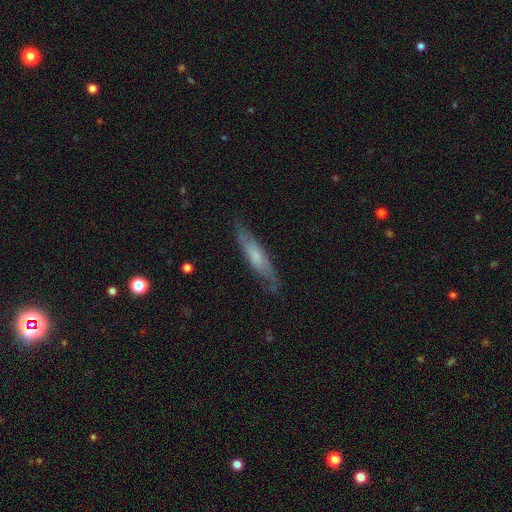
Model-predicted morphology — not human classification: A featured or disk galaxy (50%). Merging: none (75%).